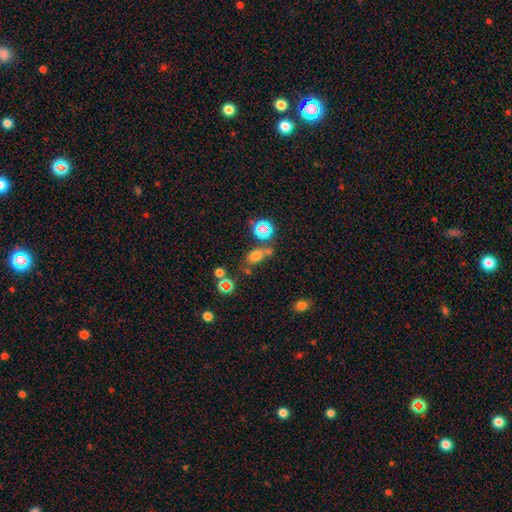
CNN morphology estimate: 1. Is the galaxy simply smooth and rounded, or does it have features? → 67% smooth, 24% star or artifact, 10% featured or disk.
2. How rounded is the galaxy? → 66% in between, 31% round, 3% cigar-shaped.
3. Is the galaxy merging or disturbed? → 55% none, 24% merger, 14% minor disturbance, 7% major disturbance.